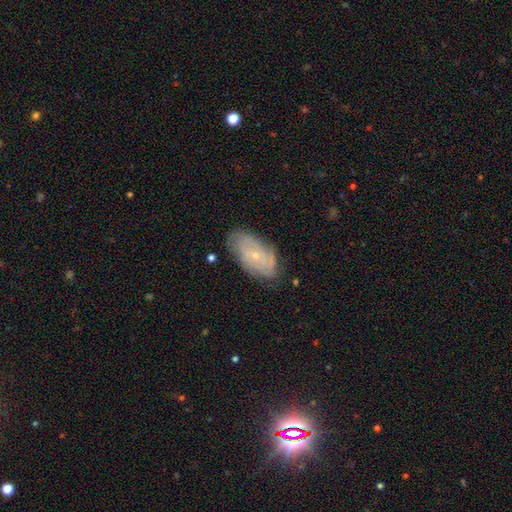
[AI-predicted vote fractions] featured or disk 69%, smooth 23%, star or artifact 8%. Down the decision tree: edge-on disk — no (93%); bar — no (69%); spiral arms — yes (85%); spiral arm count — can't tell (49%); spiral winding — tight (63%); bulge size — small (76%); merging — none (74%).